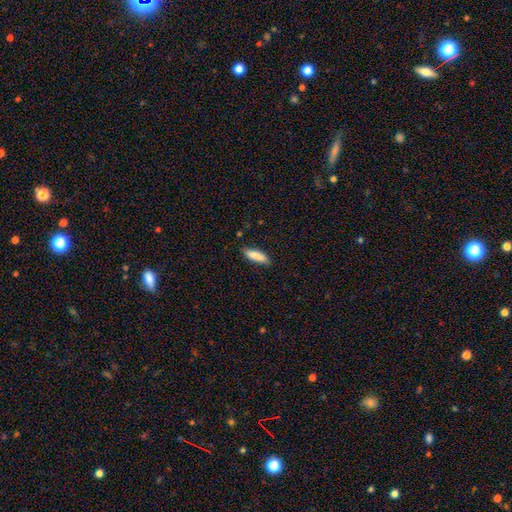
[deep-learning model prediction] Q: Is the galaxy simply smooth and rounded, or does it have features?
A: smooth — 86%.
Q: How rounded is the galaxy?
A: cigar-shaped — 50%.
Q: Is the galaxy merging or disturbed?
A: none — 82%.